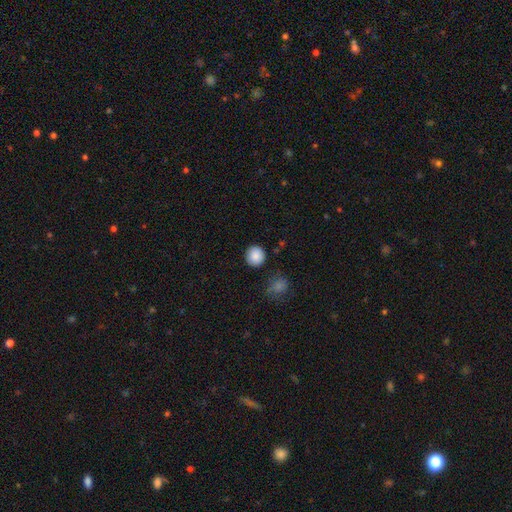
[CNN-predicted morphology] A smooth galaxy with no disk features (87%) that is round (92%). Merging: none (90%).